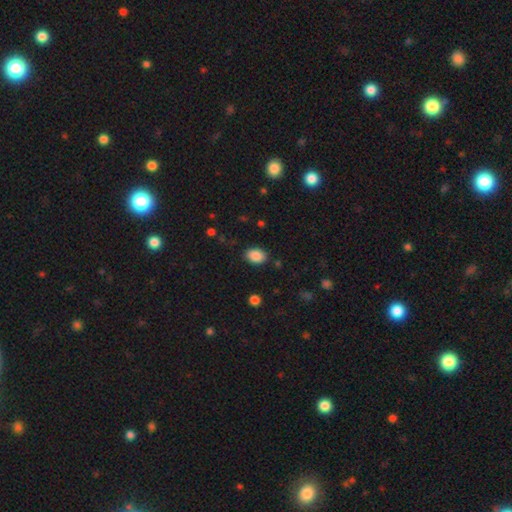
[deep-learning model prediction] A smooth galaxy with no disk features (87%) that is in between round and cigar-shaped (78%). Merging: none (85%).